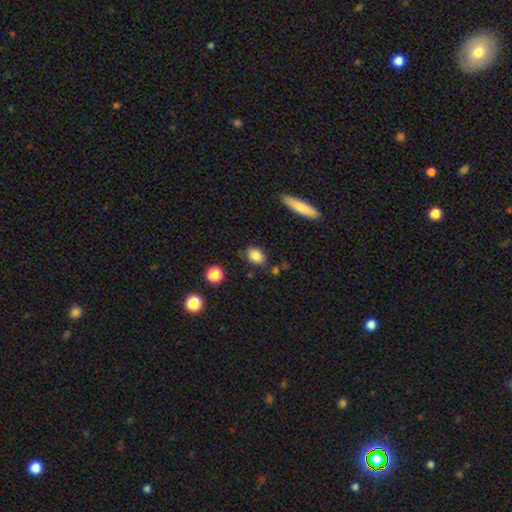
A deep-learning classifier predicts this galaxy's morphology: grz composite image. It shows a smooth galaxy with no disk features (84%) that is in between round and cigar-shaped (69%). Merging: none (76%).